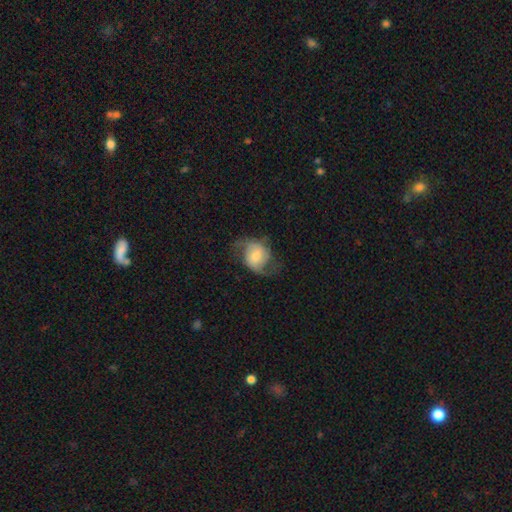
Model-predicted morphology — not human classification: This is likely a featured or disk galaxy (62%). It is clearly not viewed edge-on (97%). Bar: possibly no (48%). Spiral arm pattern: clearly yes (89%). Spiral arm count: clearly 2 (87%). Spiral winding: possibly loose (50%). Central bulge: marginally moderate (43%). Merging: possibly none (57%).